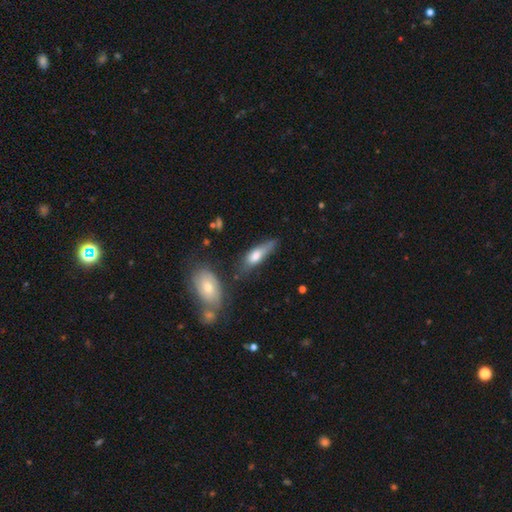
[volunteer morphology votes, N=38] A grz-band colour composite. It shows a smooth galaxy with no disk features (66%) that is in between round and cigar-shaped (64%). Merging: none (34%).